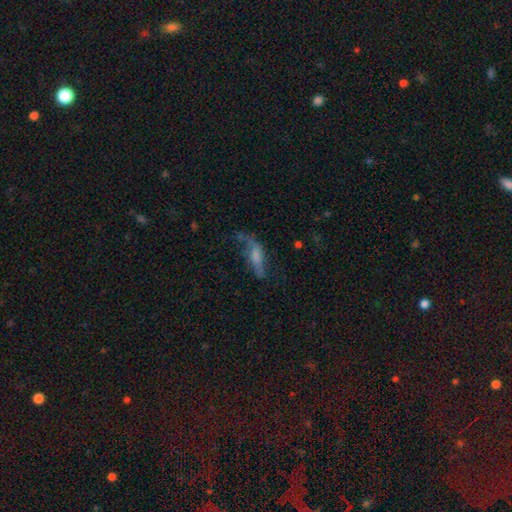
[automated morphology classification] Q: Smooth or featured?
A: featured or disk (56%); runner-up: smooth (32%)
Q: Edge-on disk?
A: no (66%); runner-up: yes (34%)
Q: Merging?
A: none (44%); runner-up: major disturbance (28%)